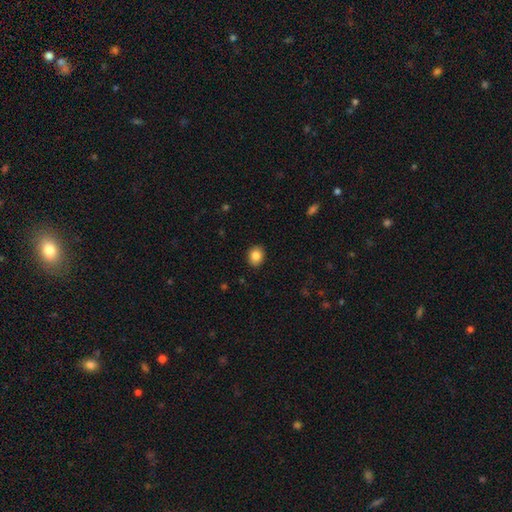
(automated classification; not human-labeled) This appears to be a smooth galaxy with no disk features (86%) that is round (53%). Merging: none (90%).